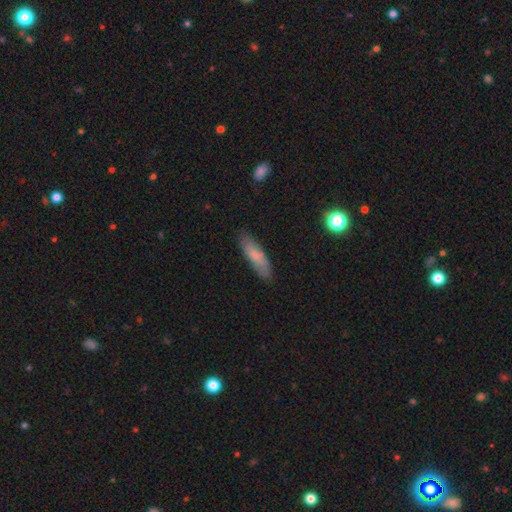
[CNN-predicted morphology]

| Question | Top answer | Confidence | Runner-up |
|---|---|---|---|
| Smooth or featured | smooth | 74% | featured or disk (20%) |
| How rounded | cigar-shaped | 60% | in between (38%) |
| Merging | none | 84% | minor disturbance (12%) |